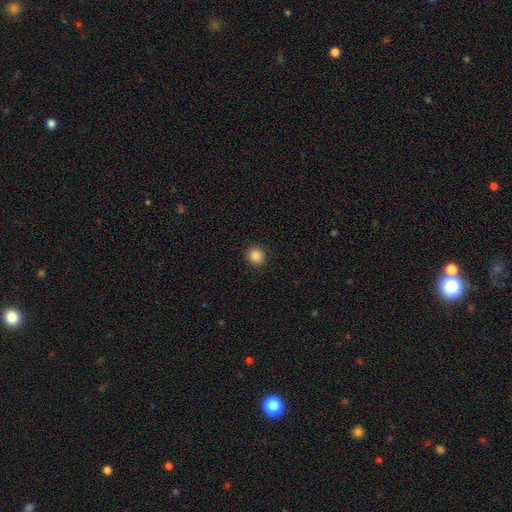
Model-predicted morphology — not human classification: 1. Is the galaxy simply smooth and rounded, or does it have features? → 86% smooth, 10% star or artifact, 3% featured or disk.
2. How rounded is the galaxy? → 89% round, 10% in between, 1% cigar-shaped.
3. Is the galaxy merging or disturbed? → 92% none, 5% minor disturbance, 2% major disturbance, 1% merger.